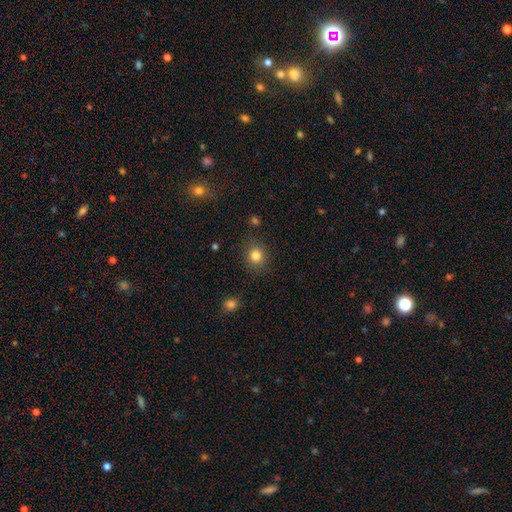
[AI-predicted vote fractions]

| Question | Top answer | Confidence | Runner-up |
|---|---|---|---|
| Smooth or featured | smooth | 83% | star or artifact (12%) |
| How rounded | round | 81% | in between (18%) |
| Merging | none | 87% | minor disturbance (9%) |